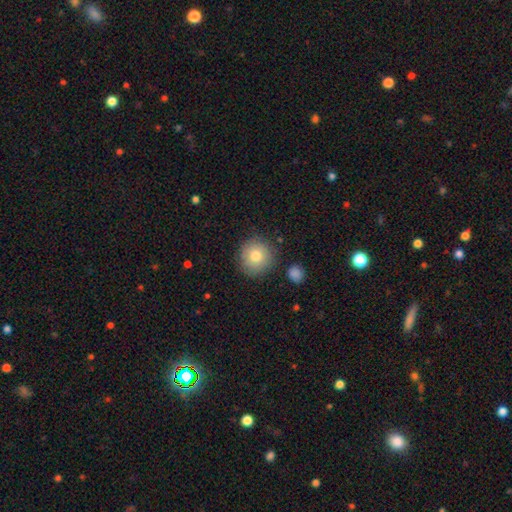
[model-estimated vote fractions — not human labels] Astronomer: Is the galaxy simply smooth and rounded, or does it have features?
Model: smooth — 79%.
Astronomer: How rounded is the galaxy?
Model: round — 93%.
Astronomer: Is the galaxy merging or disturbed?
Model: none — 85%.